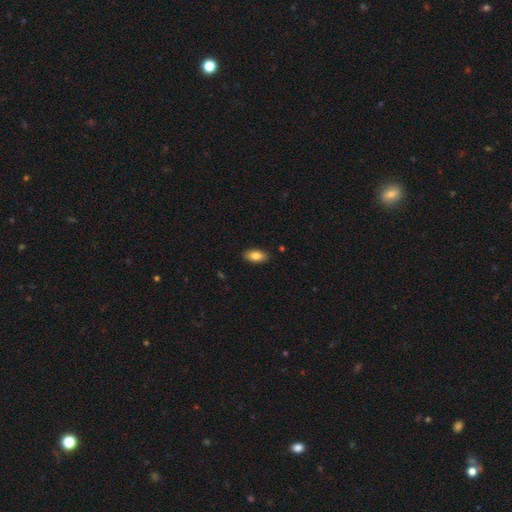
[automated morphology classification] Overall: smooth (83%). How rounded: in between (91%). Merging: none (88%).